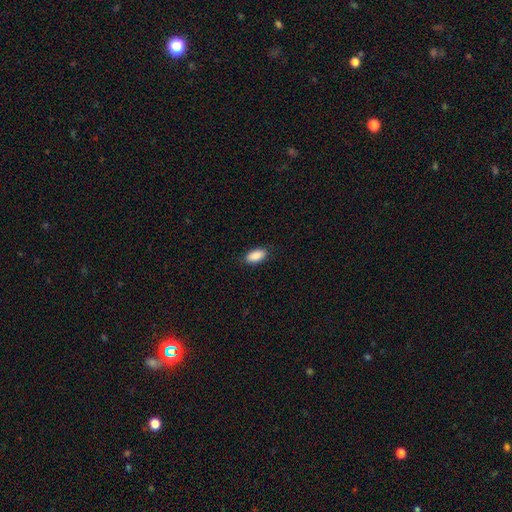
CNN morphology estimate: Smooth or featured: smooth — 90% (star or artifact — 7%)
How rounded: in between — 92% (cigar-shaped — 5%)
Merging: none — 87% (minor disturbance — 10%)